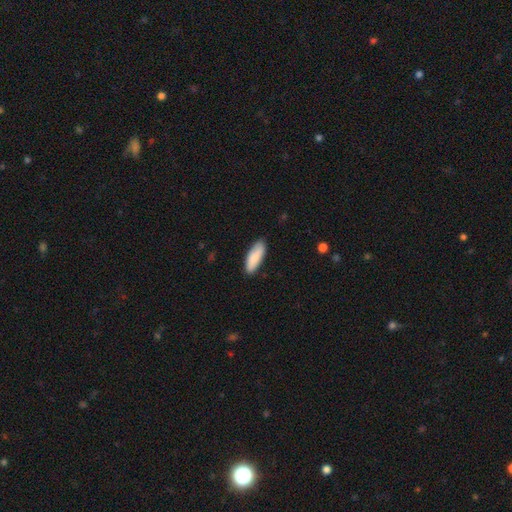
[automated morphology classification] The model was most divided on "how rounded": in between: 66%, cigar-shaped: 33%, round: 2%. More confident: smooth or featured — smooth (86%); merging — none (85%).